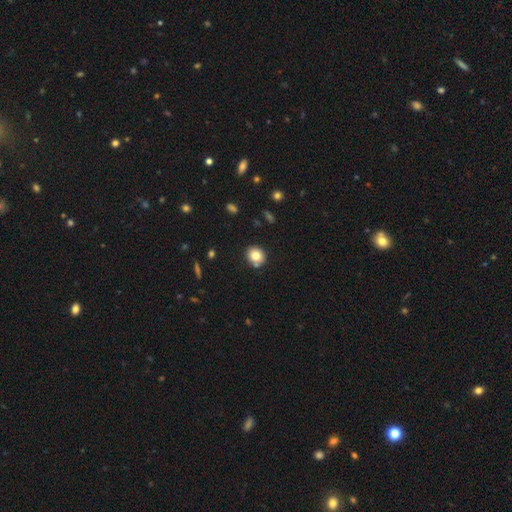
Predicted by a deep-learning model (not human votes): Q: Smooth or featured?
A: smooth (79%); runner-up: featured or disk (11%)
Q: How rounded?
A: round (79%); runner-up: in between (20%)
Q: Merging?
A: none (81%); runner-up: minor disturbance (10%)